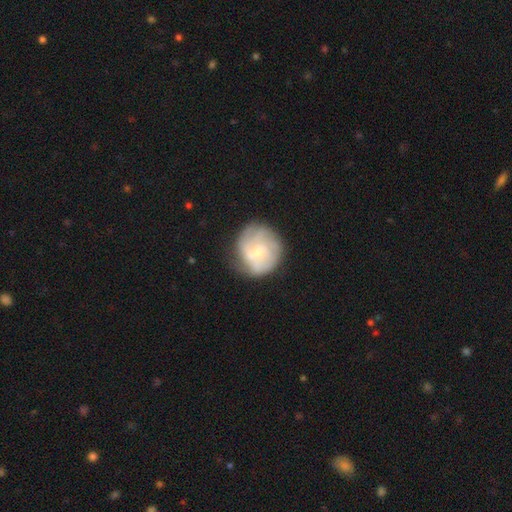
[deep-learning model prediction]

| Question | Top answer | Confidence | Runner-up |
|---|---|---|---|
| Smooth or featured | featured or disk | 52% | smooth (40%) |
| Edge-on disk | no | 97% | yes (3%) |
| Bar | no | 60% | weak (34%) |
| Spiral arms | yes | 74% | no (26%) |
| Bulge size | small | 53% | moderate (39%) |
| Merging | none | 72% | minor disturbance (19%) |